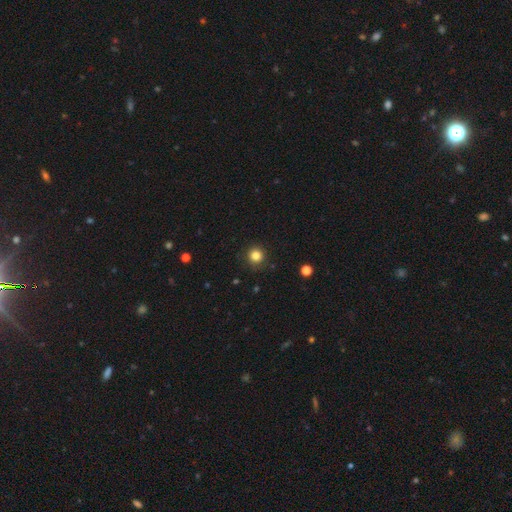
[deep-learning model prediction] A smooth galaxy with no disk features (83%) that is round (95%).

Vote fractions:
- Smooth or featured? smooth: 83% / star or artifact: 13% / featured or disk: 5%
- How rounded? round: 95% / in between: 4% / cigar-shaped: 1%
- Merging? none: 90% / minor disturbance: 6% / major disturbance: 2% / merger: 1%